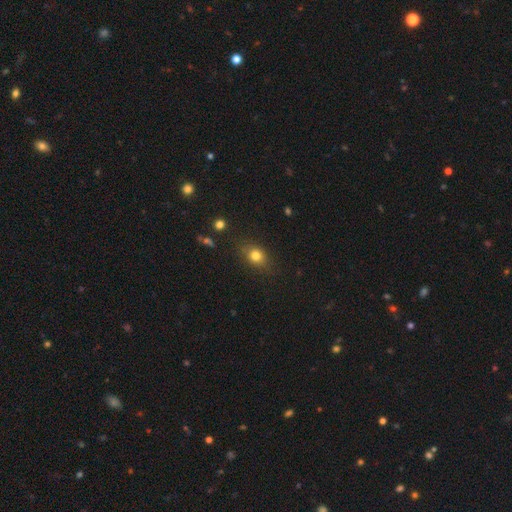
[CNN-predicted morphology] This appears to be a smooth galaxy with no disk features (79%) that is in between round and cigar-shaped (54%). Merging: none (79%).